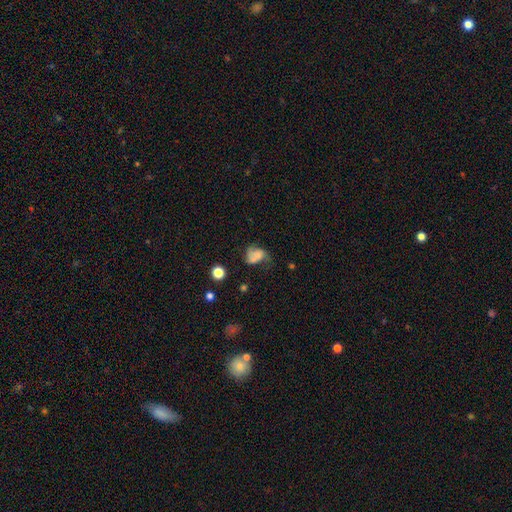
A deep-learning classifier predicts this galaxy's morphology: A smooth galaxy with no disk features (54%) that is in between round and cigar-shaped (64%).

Vote fractions:
- Smooth or featured? smooth: 54% / featured or disk: 33% / star or artifact: 13%
- How rounded? in between: 64% / round: 35% / cigar-shaped: 1%
- Merging? none: 27% (tied) / major disturbance: 27% (tied) / minor disturbance: 24% / merger: 22%